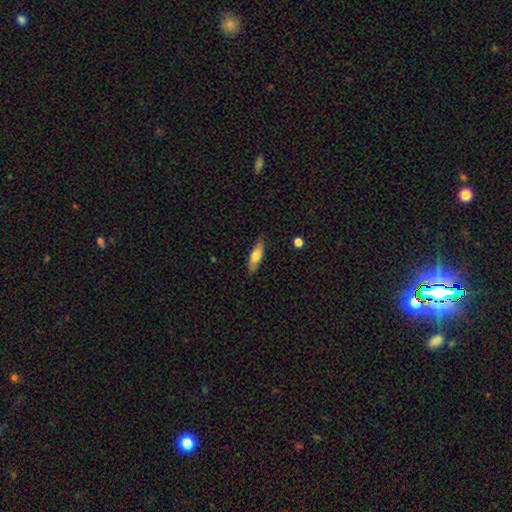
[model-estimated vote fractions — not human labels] This appears to be a smooth galaxy with no disk features (73%) that is in between round and cigar-shaped (56%). Merging: none (82%).